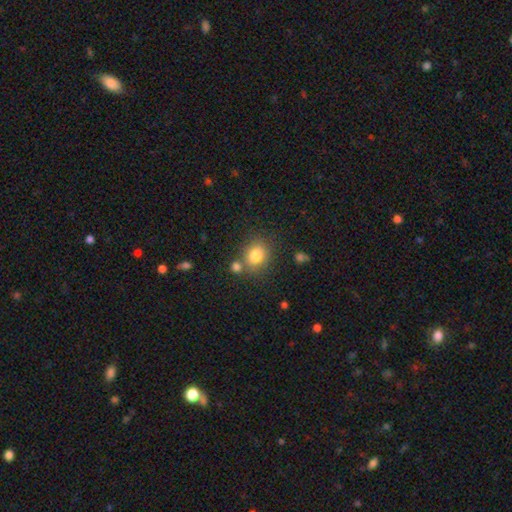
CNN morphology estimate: Q: Smooth or featured?
A: smooth (81%); runner-up: star or artifact (11%)
Q: How rounded?
A: round (70%); runner-up: in between (29%)
Q: Merging?
A: none (69%); runner-up: merger (16%)